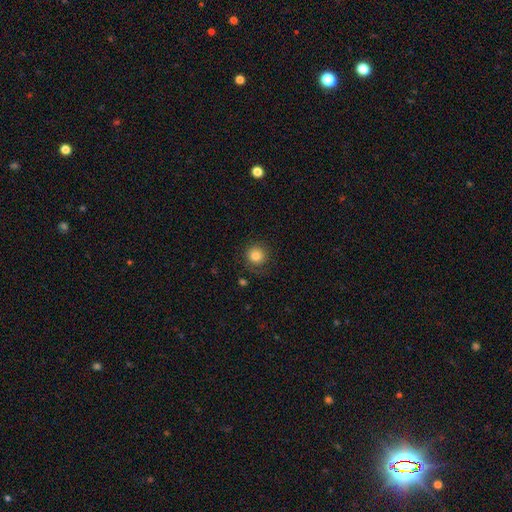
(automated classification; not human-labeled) Smooth or featured? Predicted: smooth (p=0.83). How rounded? Predicted: round (p=0.93). Merging? Predicted: none (p=0.81).